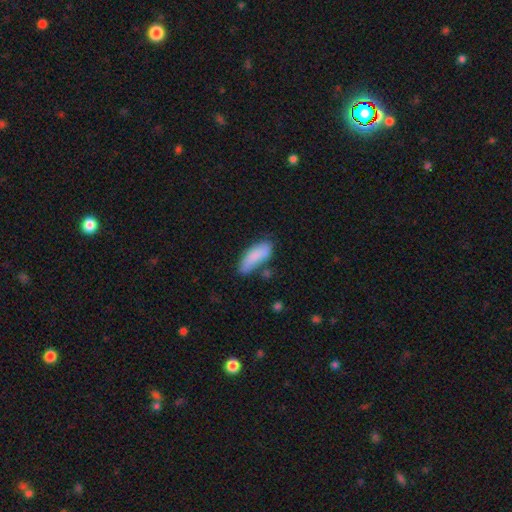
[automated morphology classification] This appears to be a smooth galaxy with no disk features (83%) that is in between round and cigar-shaped (69%). Merging: none (59%).